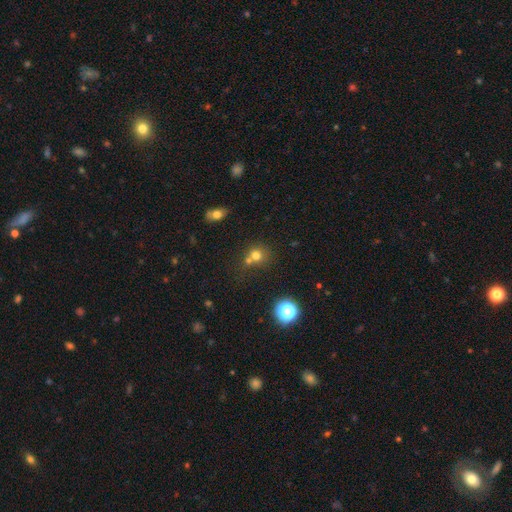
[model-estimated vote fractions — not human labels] A smooth galaxy with no disk features (71%) that is round (85%). Merging: none (50%).